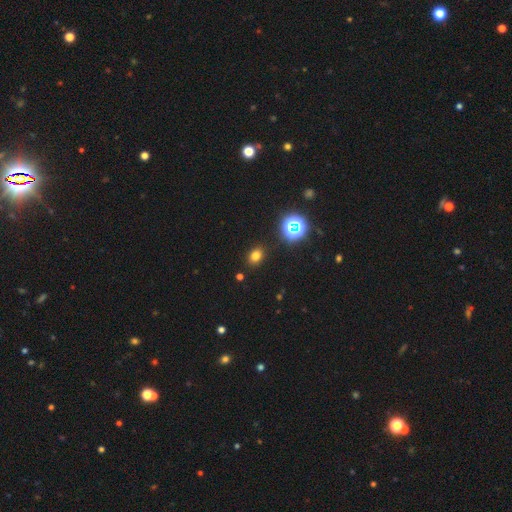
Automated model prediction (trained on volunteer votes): Morphology: type=smooth (72%); roundness=in between (58%); merging=none (87%).